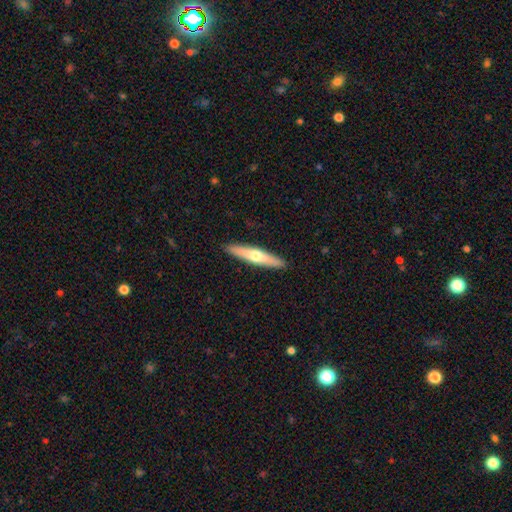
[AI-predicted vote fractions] Smooth or featured?
  - smooth: 52% *
  - featured or disk: 43%
  - star or artifact: 5%
How rounded?
  - cigar-shaped: 89% *
  - in between: 9%
  - round: 1%
Merging?
  - none: 91% *
  - minor disturbance: 6%
  - major disturbance: 1%
  - merger: 1%